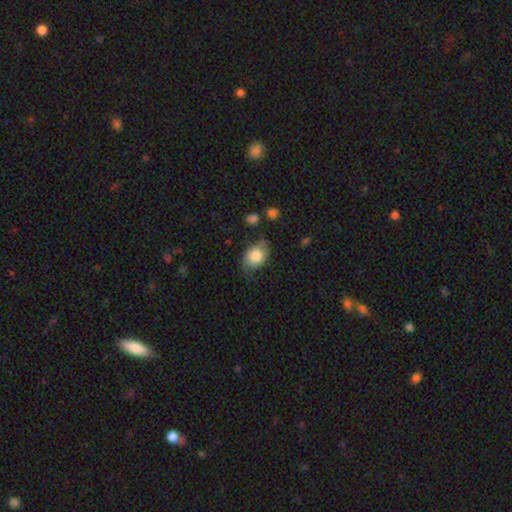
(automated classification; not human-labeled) smooth 72%, featured or disk 20%, star or artifact 7%. Down the decision tree: how rounded — in between (77%); merging — none (58%).